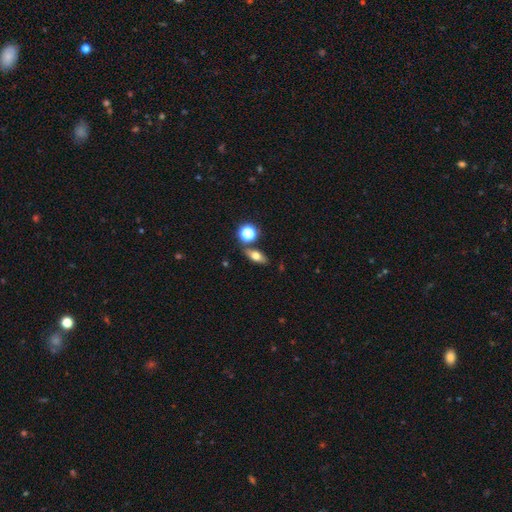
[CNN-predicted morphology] smooth 59%, featured or disk 28%, star or artifact 14%. Down the decision tree: how rounded — in between (65%); merging — none (79%).